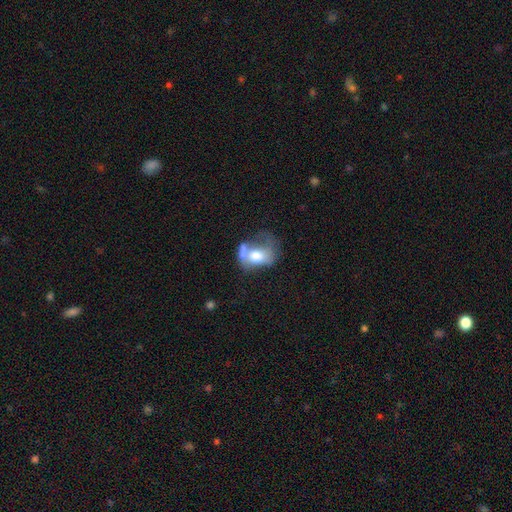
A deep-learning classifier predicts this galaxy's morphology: A smooth galaxy with no disk features (51%) that is in between round and cigar-shaped (69%). Merging: major disturbance (37%).